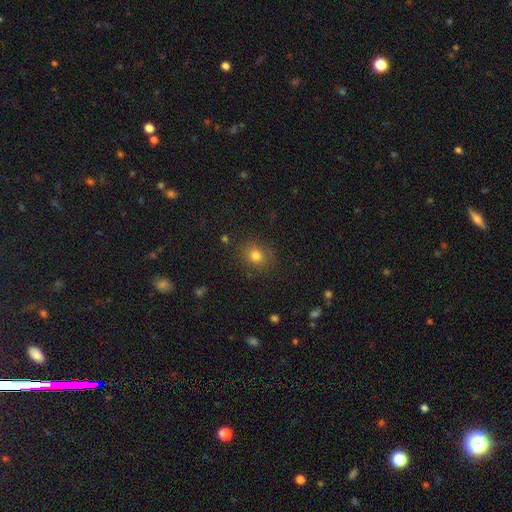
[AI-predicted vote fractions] smooth_or_featured: smooth (p=0.77) [alt: star or artifact p=0.15]
how_rounded: round (p=0.75) [alt: in between p=0.24]
merging: none (p=0.83) [alt: minor disturbance p=0.12]